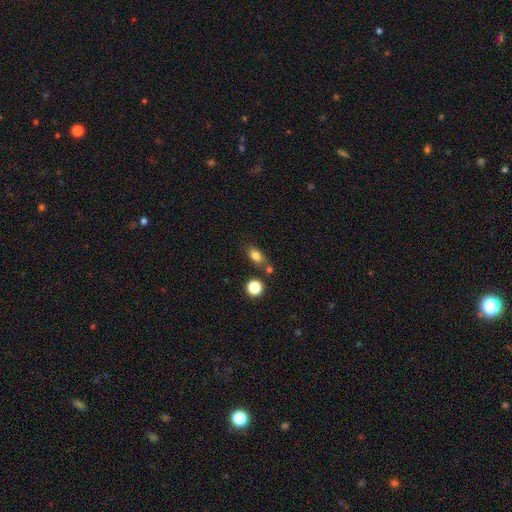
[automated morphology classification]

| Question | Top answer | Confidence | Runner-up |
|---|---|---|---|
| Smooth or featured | smooth | 82% | star or artifact (11%) |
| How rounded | in between | 75% | round (22%) |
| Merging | none | 66% | minor disturbance (15%) |